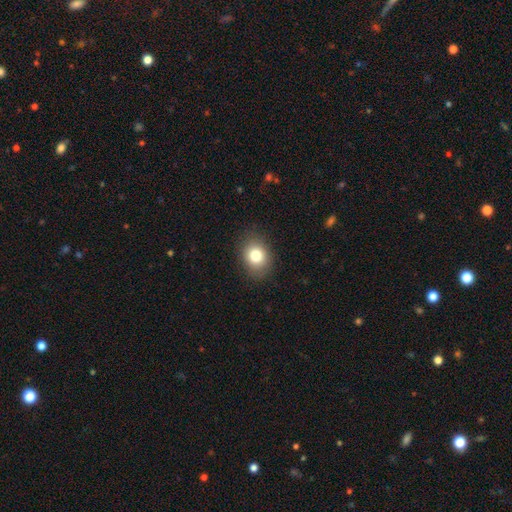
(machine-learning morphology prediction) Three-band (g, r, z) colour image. It shows a smooth galaxy with no disk features (80%) that is in between round and cigar-shaped (52%). Merging: none (87%).